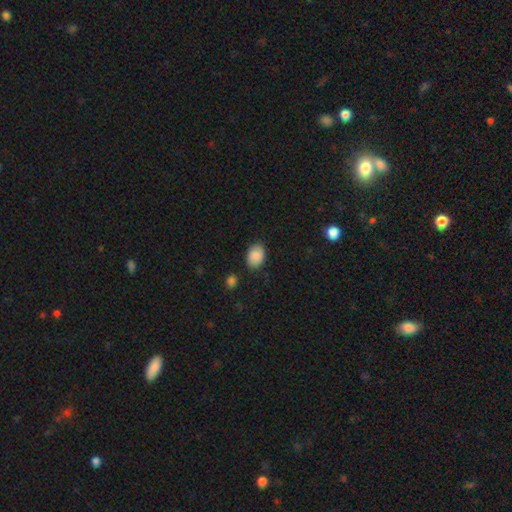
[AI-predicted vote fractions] Smooth or featured?
  - smooth: 88% *
  - star or artifact: 7%
  - featured or disk: 4%
How rounded?
  - in between: 78% *
  - round: 21%
  - cigar-shaped: 1%
Merging?
  - none: 82% *
  - minor disturbance: 13%
  - major disturbance: 3%
  - merger: 2%